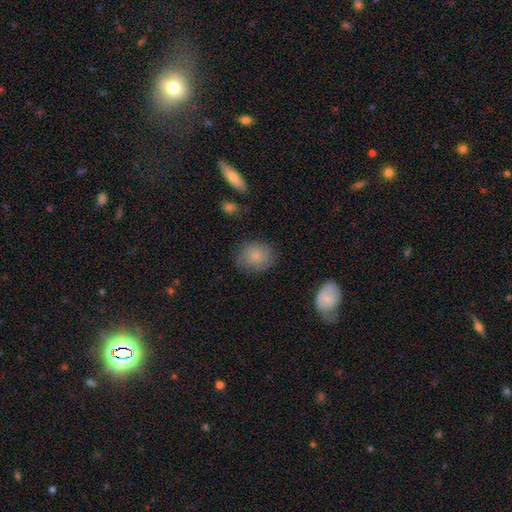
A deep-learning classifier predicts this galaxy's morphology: smooth-or-featured: smooth: 75% | featured or disk: 17% | star or artifact: 8%
  how-rounded: round: 63% | in between: 36% | cigar-shaped: 1%
  merging: none: 74% | minor disturbance: 19% | major disturbance: 6% | merger: 2%